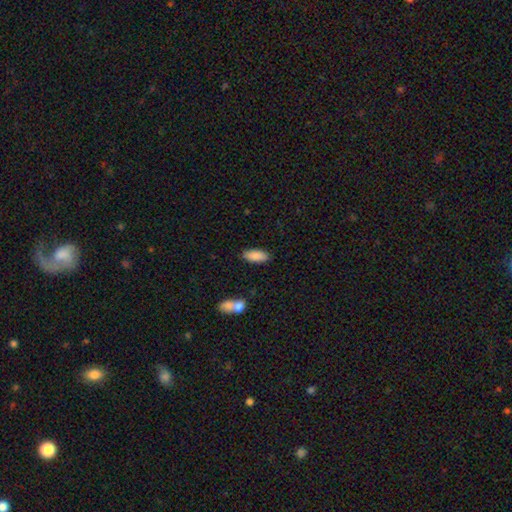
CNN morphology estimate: A smooth galaxy with no disk features (88%) that is in between round and cigar-shaped (83%).

Vote fractions:
- Smooth or featured? smooth: 88% / star or artifact: 7% / featured or disk: 5%
- How rounded? in between: 83% / cigar-shaped: 15% / round: 2%
- Merging? none: 84% / minor disturbance: 10% / merger: 4% / major disturbance: 3%